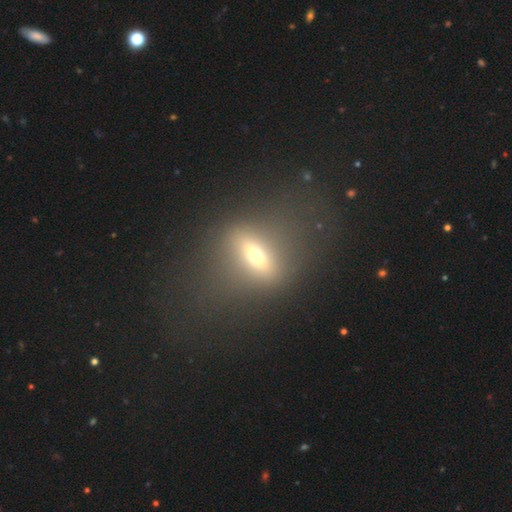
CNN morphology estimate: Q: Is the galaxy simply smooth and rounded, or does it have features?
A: smooth — 56%.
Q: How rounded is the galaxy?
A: in between — 57%.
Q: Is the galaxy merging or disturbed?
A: none — 76%.